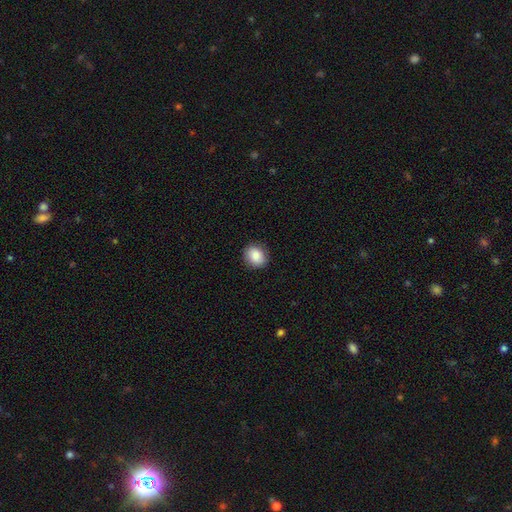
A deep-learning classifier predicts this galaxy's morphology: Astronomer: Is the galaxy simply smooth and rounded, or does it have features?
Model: smooth — 86%.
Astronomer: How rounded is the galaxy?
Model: round — 68%.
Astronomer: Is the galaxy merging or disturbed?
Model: none — 88%.